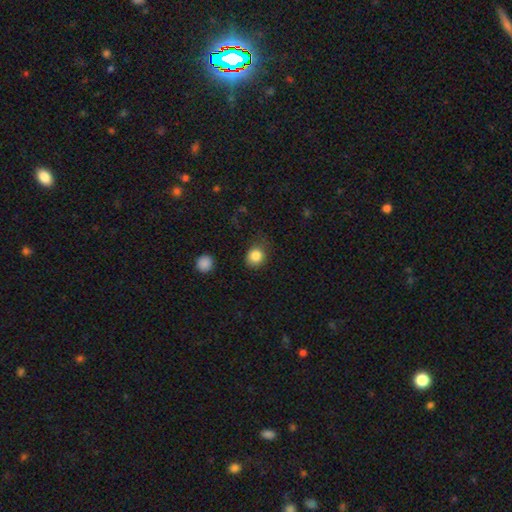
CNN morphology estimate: smooth 84%, star or artifact 11%, featured or disk 6%. Down the decision tree: how rounded — round (72%); merging — none (72%).